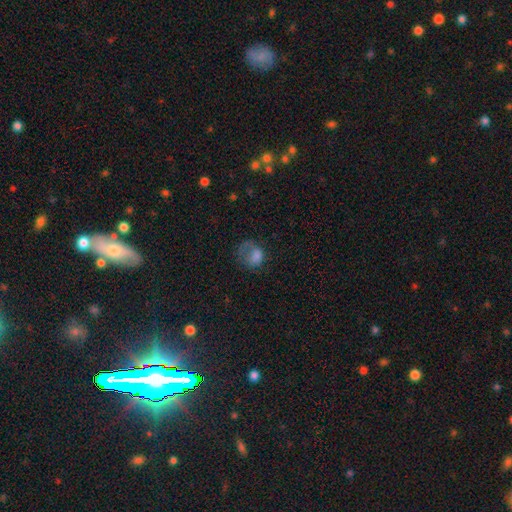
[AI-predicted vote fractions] Smooth or featured? smooth (67%)
How rounded? round (54%)
Merging? major disturbance (47%)